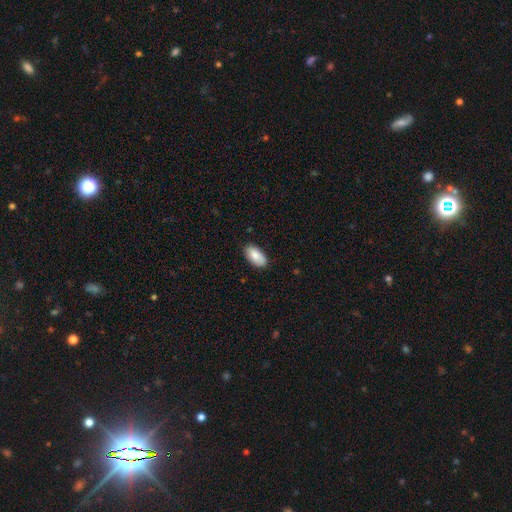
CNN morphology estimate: Overall: smooth (85%). How rounded: in between (95%). Merging: none (85%).